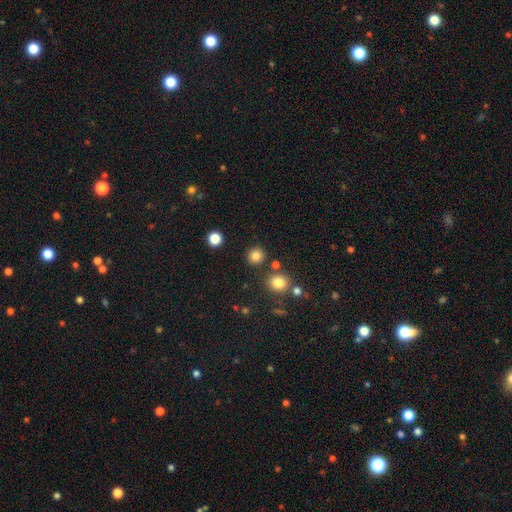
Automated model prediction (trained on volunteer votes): Overall: smooth (83%). How rounded: round (91%). Merging: none (86%).